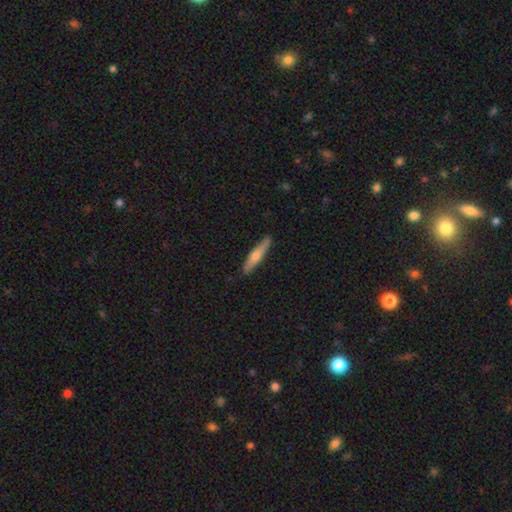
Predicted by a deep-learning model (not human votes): Overall: smooth (57%; featured or disk 38%). How rounded: cigar-shaped (88%). Merging: none (88%).